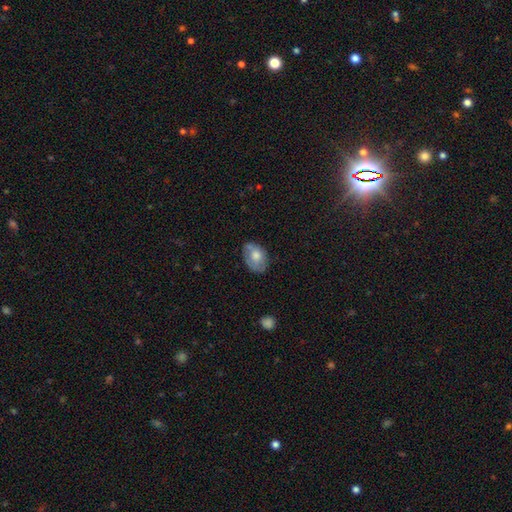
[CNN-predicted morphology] type=smooth (64%); roundness=in between (82%); merging=none (62%).